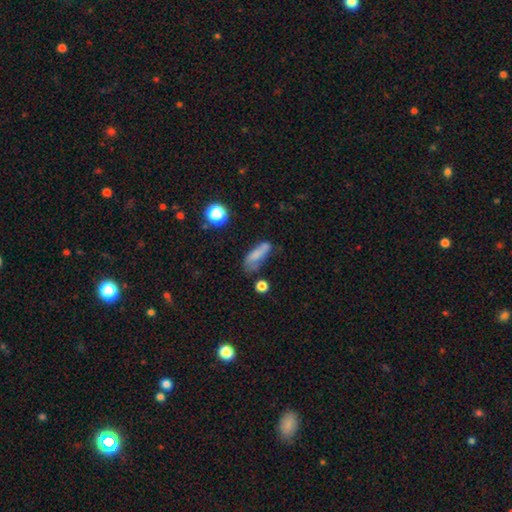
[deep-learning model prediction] Morphology: type=smooth (68%); roundness=in between (57%); merging=none (37%).